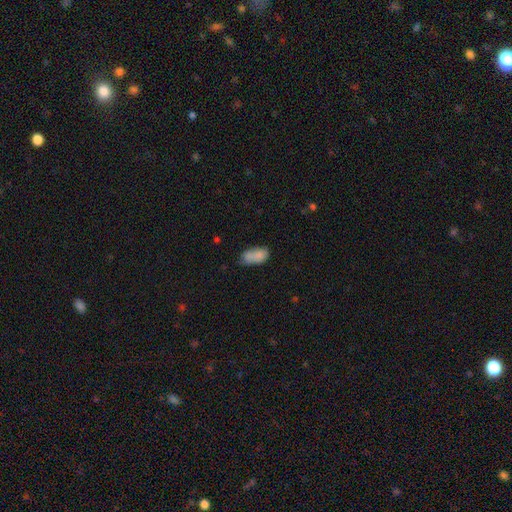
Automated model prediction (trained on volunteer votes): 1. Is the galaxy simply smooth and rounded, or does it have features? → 81% smooth, 10% featured or disk, 9% star or artifact.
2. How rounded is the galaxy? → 90% in between, 5% cigar-shaped, 5% round.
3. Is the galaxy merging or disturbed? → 48% none, 30% minor disturbance, 13% merger, 9% major disturbance.